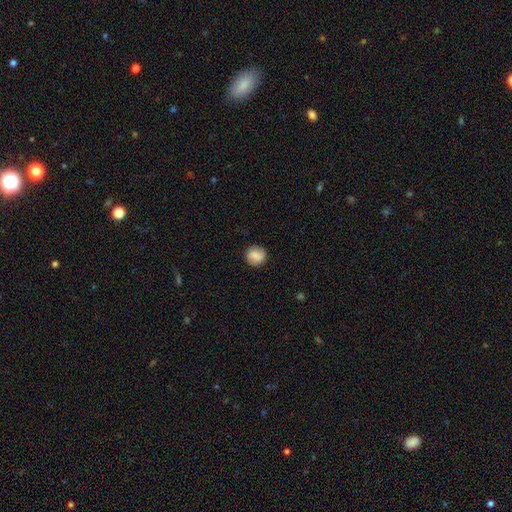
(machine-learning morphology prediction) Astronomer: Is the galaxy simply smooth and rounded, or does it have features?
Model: smooth — 83%.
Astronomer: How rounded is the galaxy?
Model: round — 86%.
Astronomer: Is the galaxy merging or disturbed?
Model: none — 87%.